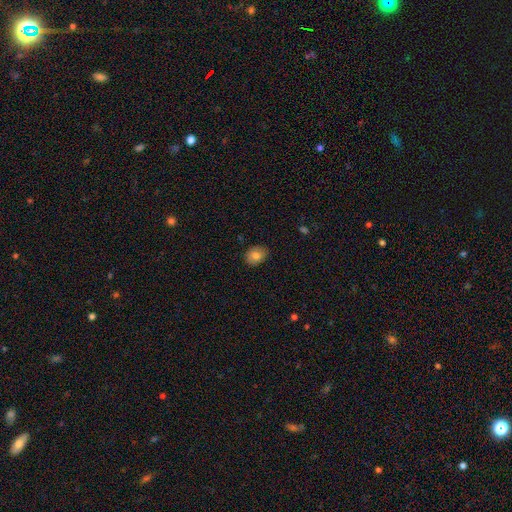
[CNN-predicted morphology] This is likely a smooth galaxy (80%). How rounded: possibly in between (59%). Merging: clearly none (84%).